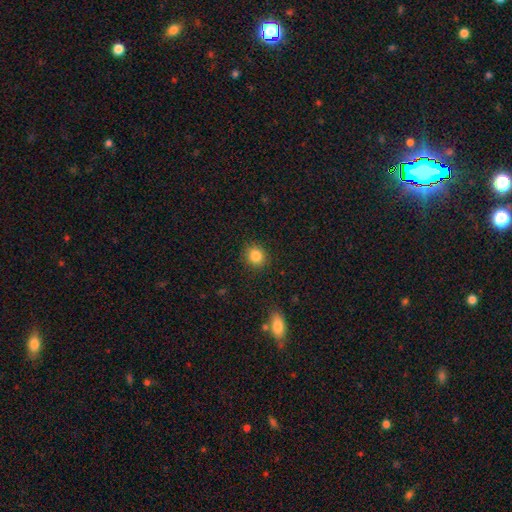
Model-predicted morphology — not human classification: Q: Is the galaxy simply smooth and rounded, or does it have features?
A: smooth — 85%.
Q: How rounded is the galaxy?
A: round — 83%.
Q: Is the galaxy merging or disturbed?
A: none — 89%.